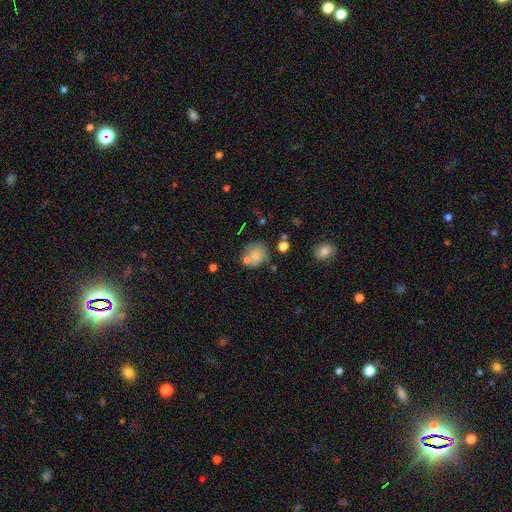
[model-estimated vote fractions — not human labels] A smooth galaxy with no disk features (72%) that is round (75%).

Vote fractions:
- Smooth or featured? smooth: 72% / featured or disk: 18% / star or artifact: 10%
- How rounded? round: 75% / in between: 24% / cigar-shaped: 1%
- Merging? none: 54% / merger: 20% / minor disturbance: 19% / major disturbance: 7%